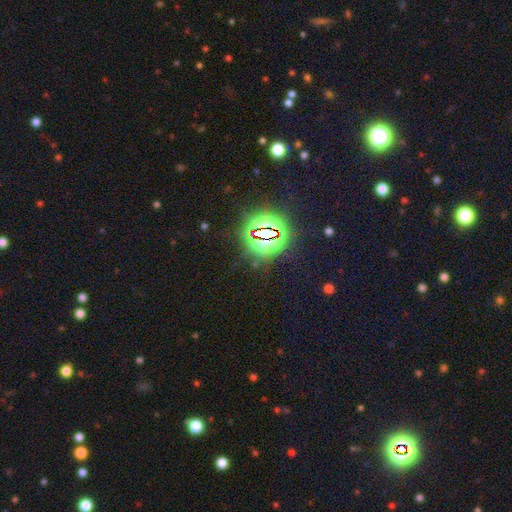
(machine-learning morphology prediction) Q: Smooth or featured?
A: star or artifact (83%); runner-up: smooth (10%)